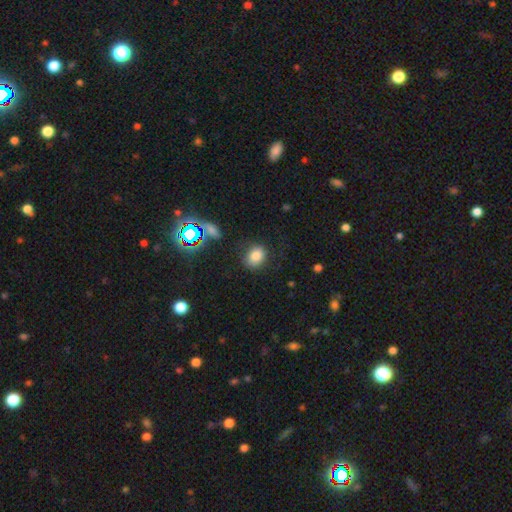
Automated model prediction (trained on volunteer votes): Smooth or featured? smooth (78%)
How rounded? in between (53%)
Merging? none (76%)